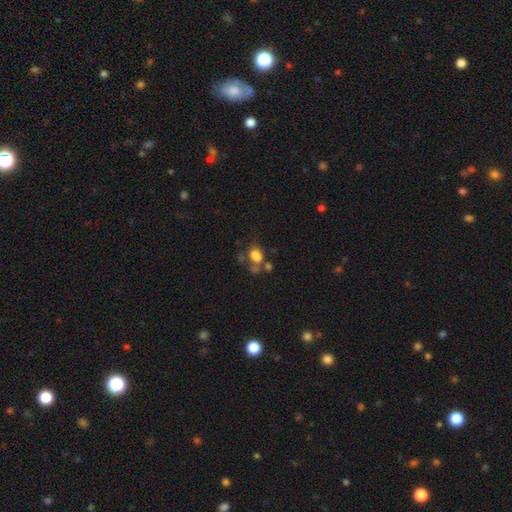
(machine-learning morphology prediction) Smooth or featured?
  - smooth: 73% *
  - featured or disk: 14%
  - star or artifact: 13%
How rounded?
  - in between: 55% *
  - round: 44%
  - cigar-shaped: 1%
Merging?
  - merger: 35% *
  - none: 33%
  - major disturbance: 17%
  - minor disturbance: 15%